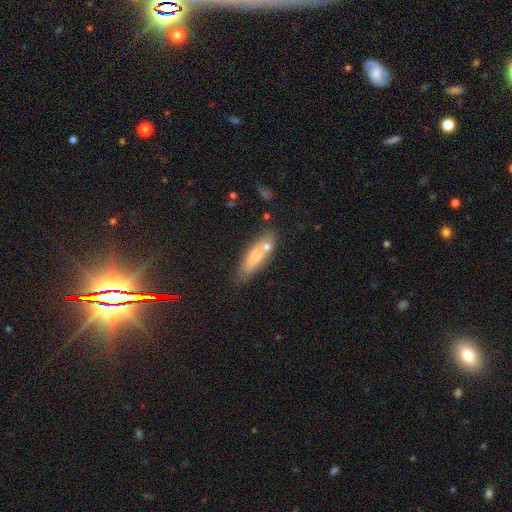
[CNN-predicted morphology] This is likely a smooth galaxy (71%). How rounded: possibly cigar-shaped (54%). Merging: likely none (62%).